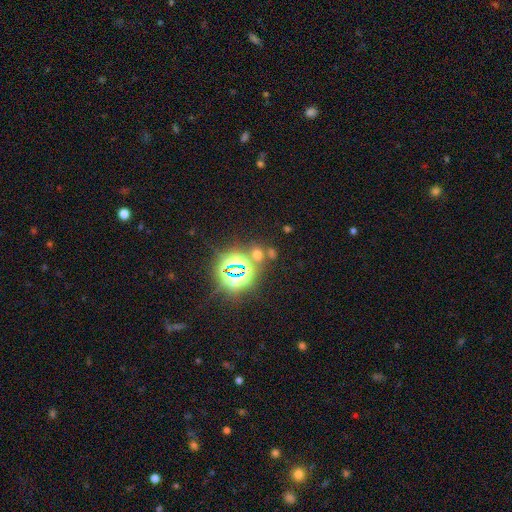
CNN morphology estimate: The model was most divided on "smooth or featured": star or artifact: 75%, smooth: 17%, featured or disk: 8%.